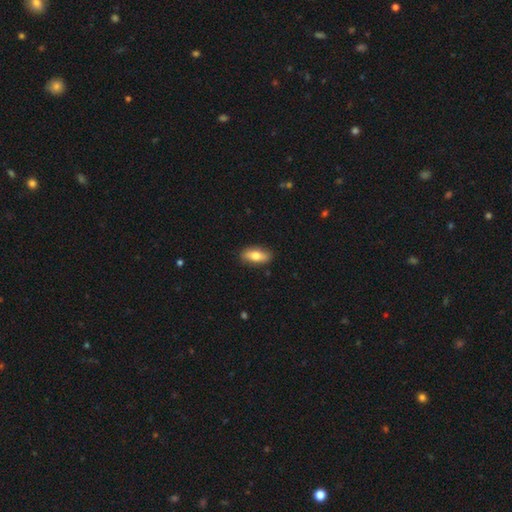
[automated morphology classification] Q: Smooth or featured?
A: smooth (74%); runner-up: featured or disk (20%)
Q: How rounded?
A: in between (80%); runner-up: cigar-shaped (16%)
Q: Merging?
A: none (86%); runner-up: minor disturbance (11%)